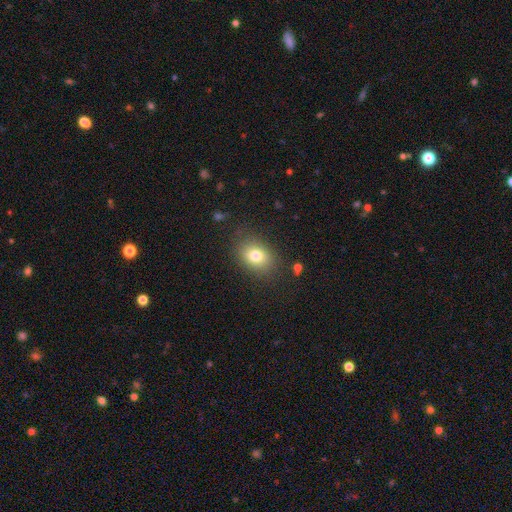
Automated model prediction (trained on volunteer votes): Smooth or featured?
  - smooth: 77% *
  - star or artifact: 12%
  - featured or disk: 11%
How rounded?
  - in between: 62% *
  - round: 37%
  - cigar-shaped: 1%
Merging?
  - none: 83% *
  - minor disturbance: 11%
  - major disturbance: 4%
  - merger: 1%